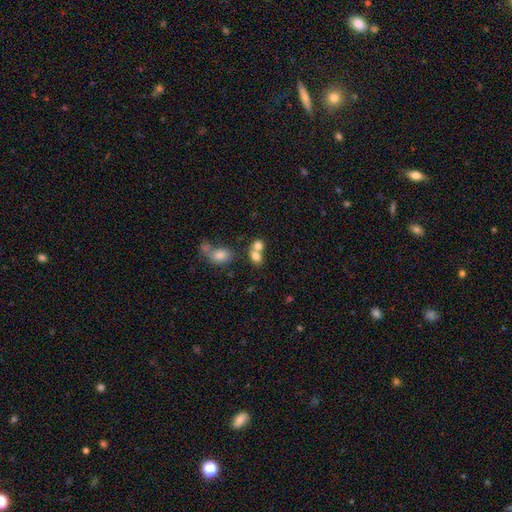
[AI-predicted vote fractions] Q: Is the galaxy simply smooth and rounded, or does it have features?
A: smooth — 76%.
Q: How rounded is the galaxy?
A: in between — 53%.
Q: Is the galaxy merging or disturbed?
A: merger — 58%.